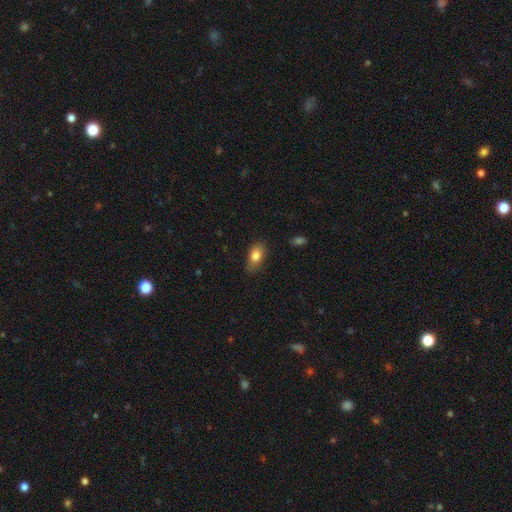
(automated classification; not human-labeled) Smooth or featured: smooth — 81% (featured or disk — 11%)
How rounded: in between — 84% (round — 12%)
Merging: none — 78% (minor disturbance — 18%)